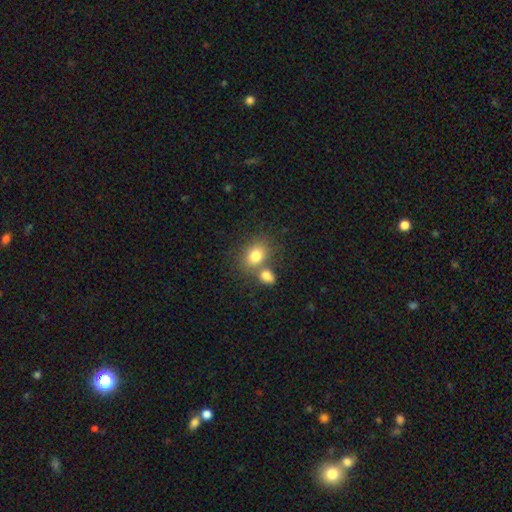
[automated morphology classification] A smooth galaxy with no disk features (79%) that is in between round and cigar-shaped (59%).

Vote fractions:
- Smooth or featured? smooth: 79% / featured or disk: 11% / star or artifact: 10%
- How rounded? in between: 59% / round: 40% / cigar-shaped: 1%
- Merging? none: 51% / merger: 35% / minor disturbance: 10% / major disturbance: 4%